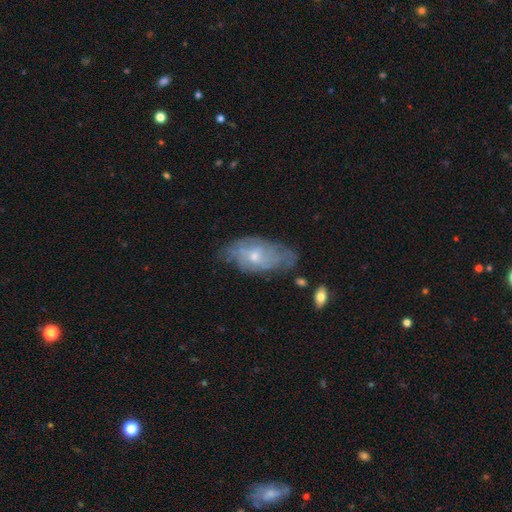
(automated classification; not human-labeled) smooth_or_featured: featured or disk (p=0.62) [alt: smooth p=0.31]
disk_edge_on: no (p=0.91) [alt: yes p=0.09]
bar: no (p=0.73) [alt: weak p=0.24]
has_spiral_arms: yes (p=0.69) [alt: no p=0.31]
bulge_size: small (p=0.56) [alt: moderate p=0.39]
merging: none (p=0.57) [alt: minor disturbance p=0.29]